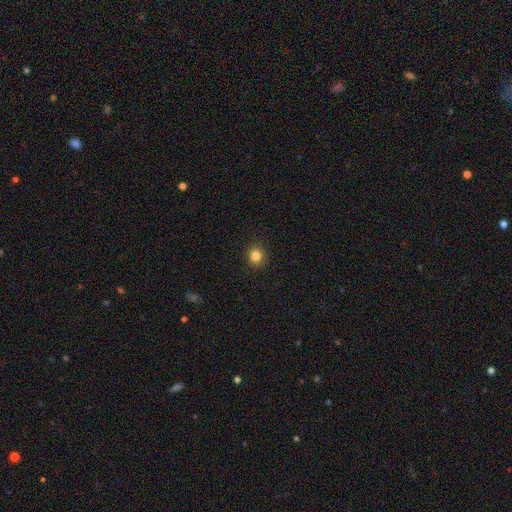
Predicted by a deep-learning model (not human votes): smooth-or-featured: smooth: 84% | star or artifact: 12% | featured or disk: 5%
  how-rounded: round: 77% | in between: 22% | cigar-shaped: 1%
  merging: none: 90% | minor disturbance: 7% | major disturbance: 2% | merger: 1%